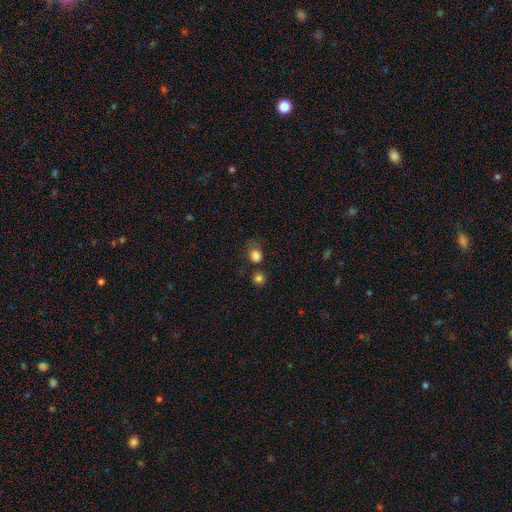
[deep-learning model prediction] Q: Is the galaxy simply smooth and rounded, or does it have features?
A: smooth — 80%.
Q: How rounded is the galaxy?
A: round — 72%.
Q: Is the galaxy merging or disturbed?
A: none — 57%.